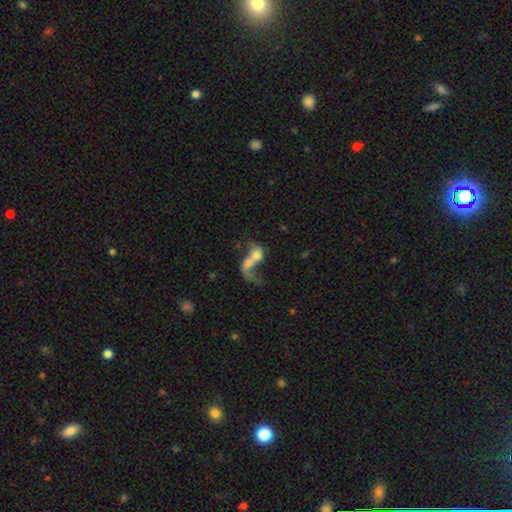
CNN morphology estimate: This appears to be a featured or disk galaxy (49%). Merging: merger (61%).